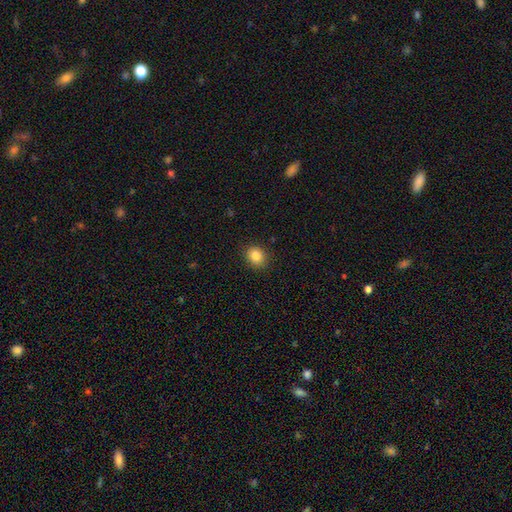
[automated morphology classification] This is clearly a smooth galaxy (84%). How rounded: likely round (60%). Merging: clearly none (89%).